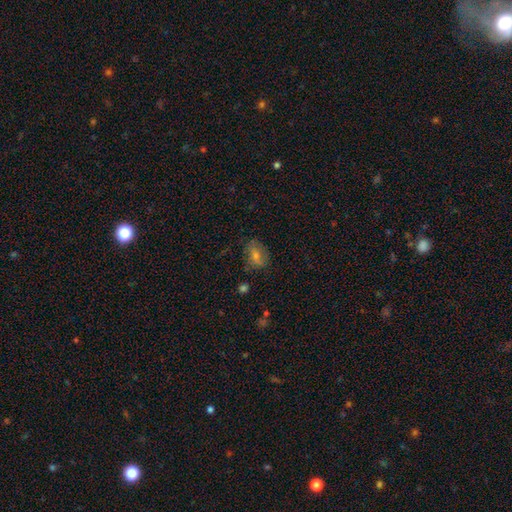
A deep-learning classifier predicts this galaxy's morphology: This appears to be a smooth galaxy with no disk features (48%). Merging: none (72%).